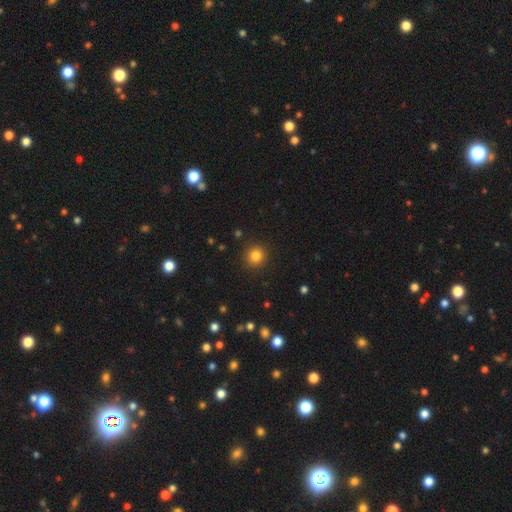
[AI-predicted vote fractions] Q: Smooth or featured?
A: smooth (83%); runner-up: star or artifact (12%)
Q: How rounded?
A: round (92%); runner-up: in between (7%)
Q: Merging?
A: none (92%); runner-up: minor disturbance (5%)